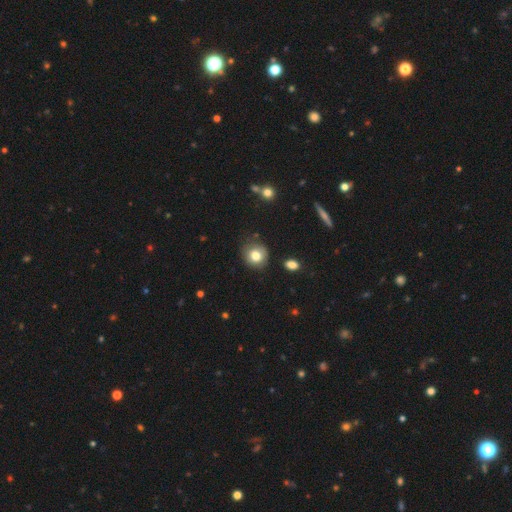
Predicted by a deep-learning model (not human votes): A smooth galaxy with no disk features (79%) that is round (85%). Merging: none (80%).